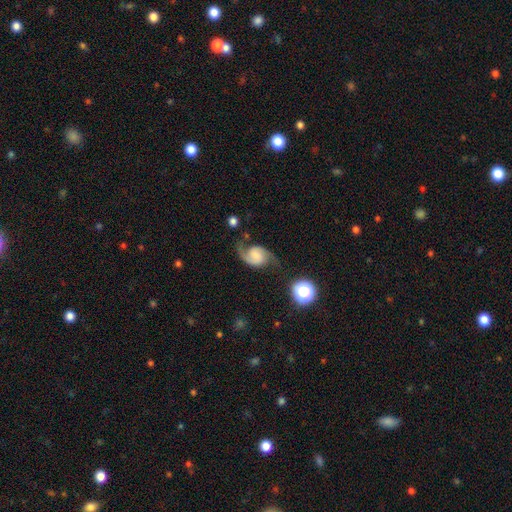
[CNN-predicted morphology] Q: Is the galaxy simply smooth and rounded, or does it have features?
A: featured or disk — 78%.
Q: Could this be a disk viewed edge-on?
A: no — 98%.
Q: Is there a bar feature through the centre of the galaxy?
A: no — 56%.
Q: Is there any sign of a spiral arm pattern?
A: yes — 96%.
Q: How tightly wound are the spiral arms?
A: loose — 49%.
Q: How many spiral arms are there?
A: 2 — 90%.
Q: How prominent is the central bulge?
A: none — 34%.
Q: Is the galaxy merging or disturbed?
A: none — 63%.